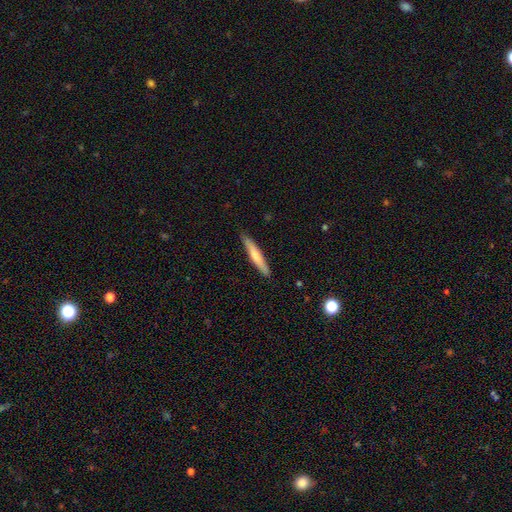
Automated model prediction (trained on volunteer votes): Smooth or featured? Predicted: smooth (p=0.61). How rounded? Predicted: cigar-shaped (p=0.92). Merging? Predicted: none (p=0.87).